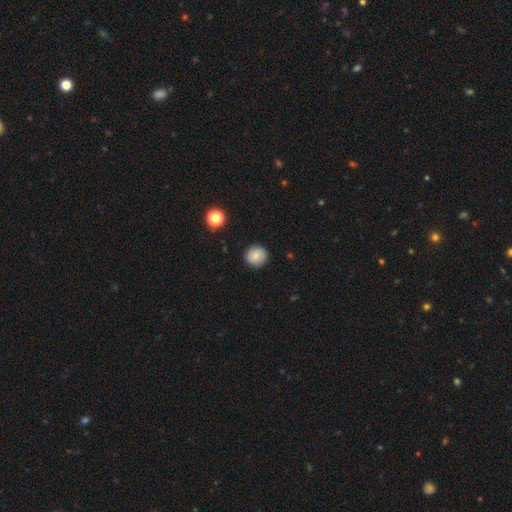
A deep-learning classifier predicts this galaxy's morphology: Smooth or featured? smooth (79%)
How rounded? round (91%)
Merging? none (89%)